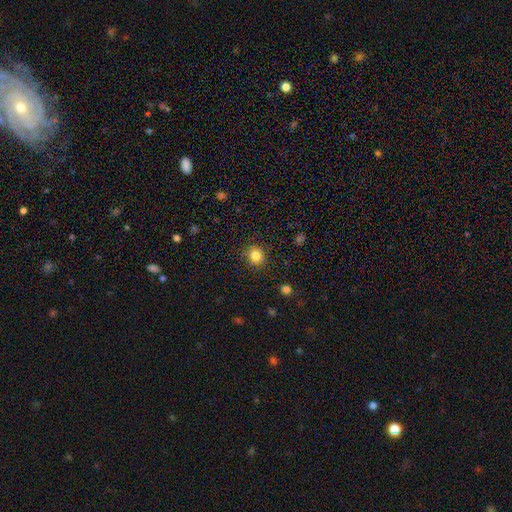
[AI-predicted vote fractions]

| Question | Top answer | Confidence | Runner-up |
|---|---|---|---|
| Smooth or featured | smooth | 83% | star or artifact (12%) |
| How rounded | round | 85% | in between (14%) |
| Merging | none | 88% | minor disturbance (8%) |